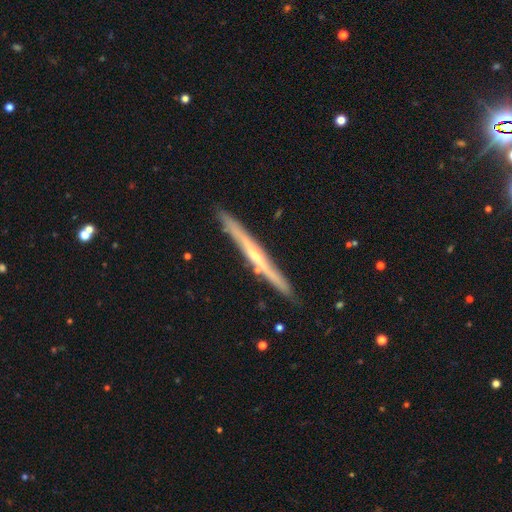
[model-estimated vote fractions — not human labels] featured or disk 72%, smooth 22%, star or artifact 6%. Down the decision tree: edge-on disk — yes (97%); edge-on bulge — rounded (54%); merging — none (88%).